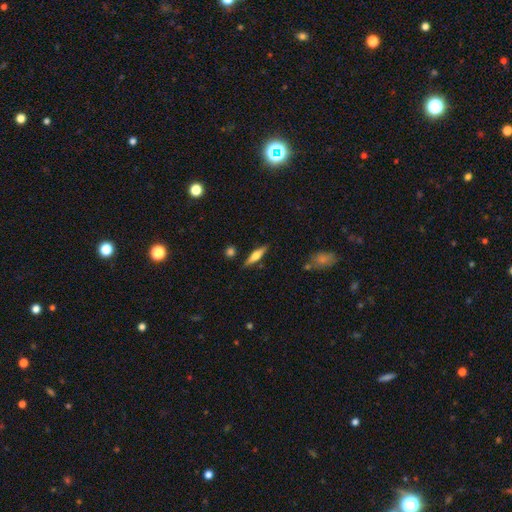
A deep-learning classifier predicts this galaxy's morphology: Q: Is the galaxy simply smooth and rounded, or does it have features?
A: featured or disk — 52%.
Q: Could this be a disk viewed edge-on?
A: yes — 95%.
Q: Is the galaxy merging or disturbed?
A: none — 85%.